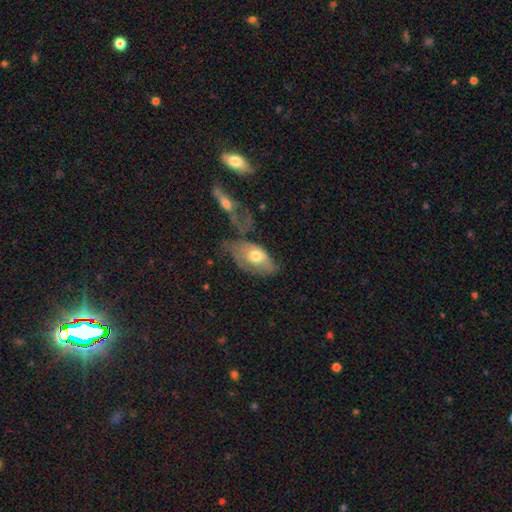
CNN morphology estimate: smooth 50%, featured or disk 44%, star or artifact 6%. Down the decision tree: merging — major disturbance (30%).